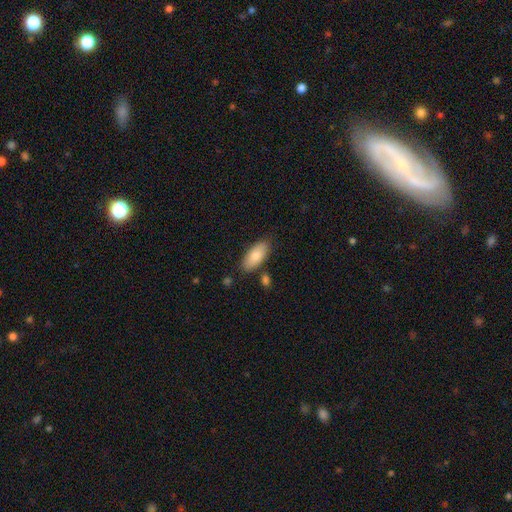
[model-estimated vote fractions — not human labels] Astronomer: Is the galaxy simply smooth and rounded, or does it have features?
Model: smooth — 82%.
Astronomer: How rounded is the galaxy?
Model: in between — 88%.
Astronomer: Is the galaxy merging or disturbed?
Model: none — 80%.